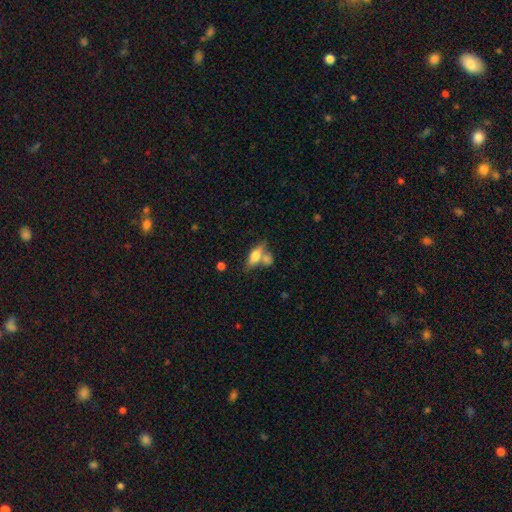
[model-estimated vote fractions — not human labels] Morphology: type=smooth (67%); roundness=in between (71%); merging=none (45%).